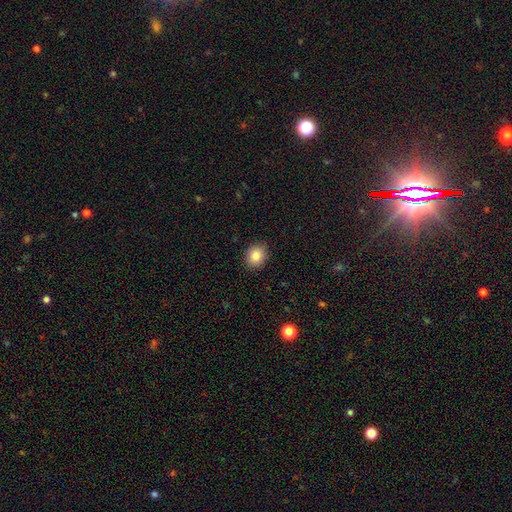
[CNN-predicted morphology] Overall: smooth (84%). How rounded: round (64%; in between 35%). Merging: none (89%).